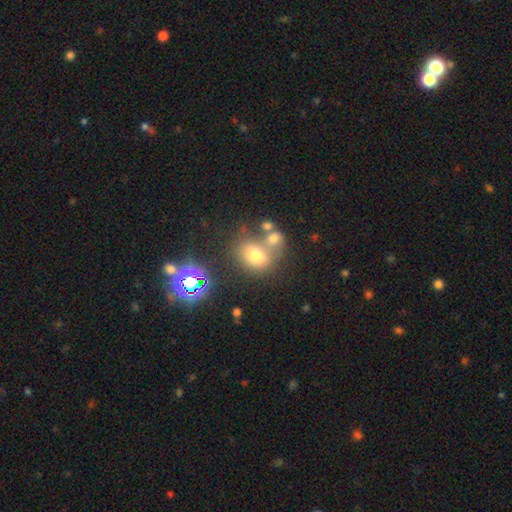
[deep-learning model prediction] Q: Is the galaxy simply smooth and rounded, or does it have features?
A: smooth — 67%.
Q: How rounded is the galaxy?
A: in between — 55%.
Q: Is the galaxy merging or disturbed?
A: none — 45%.